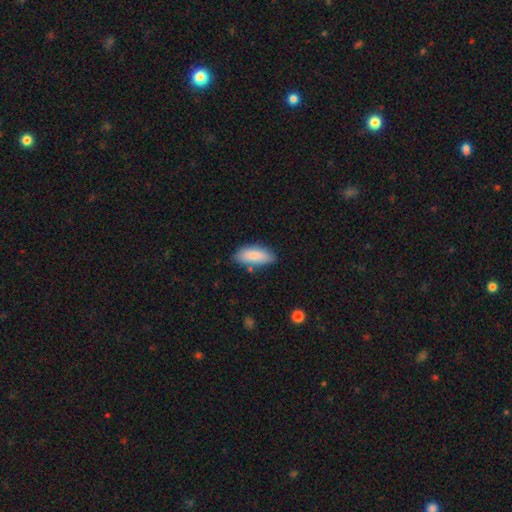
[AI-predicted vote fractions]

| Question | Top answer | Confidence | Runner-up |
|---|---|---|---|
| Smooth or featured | smooth | 83% | featured or disk (11%) |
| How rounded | in between | 84% | cigar-shaped (14%) |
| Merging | none | 75% | minor disturbance (18%) |